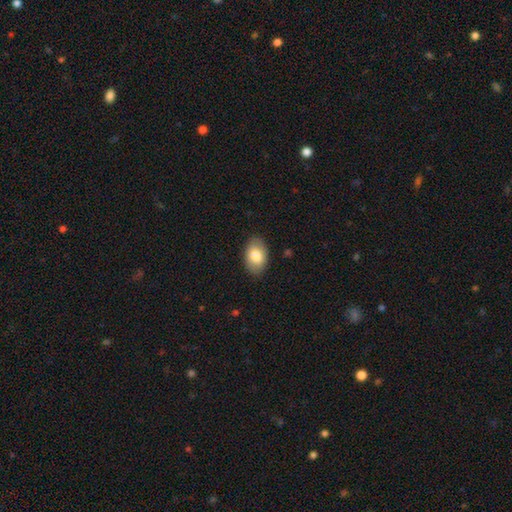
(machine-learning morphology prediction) smooth-or-featured: smooth: 81% | featured or disk: 12% | star or artifact: 6%
  how-rounded: in between: 91% | round: 8% | cigar-shaped: 1%
  merging: none: 86% | minor disturbance: 11% | major disturbance: 2% | merger: 1%